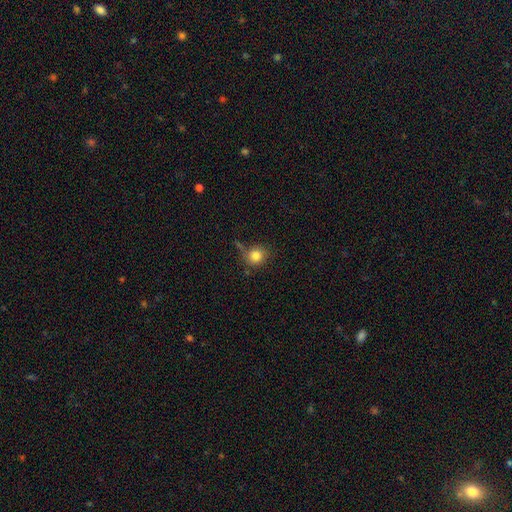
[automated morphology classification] The model was most divided on "merging": none: 64%, minor disturbance: 20%, merger: 8%, major disturbance: 8%. More confident: how rounded — round (85%); smooth or featured — smooth (82%).